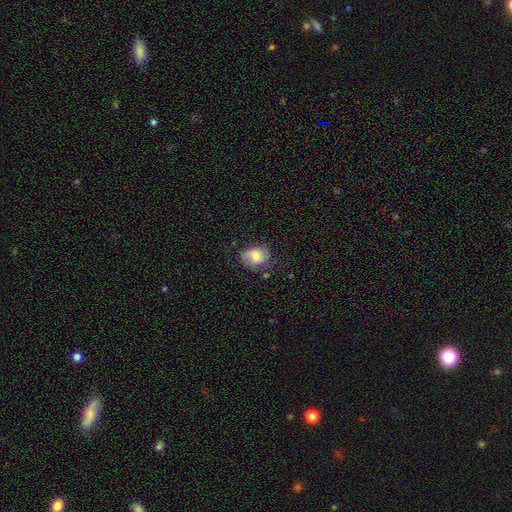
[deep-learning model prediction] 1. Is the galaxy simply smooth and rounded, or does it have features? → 72% smooth, 19% featured or disk, 8% star or artifact.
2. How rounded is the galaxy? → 61% in between, 38% round, 1% cigar-shaped.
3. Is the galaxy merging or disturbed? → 55% none, 30% minor disturbance, 12% major disturbance, 3% merger.